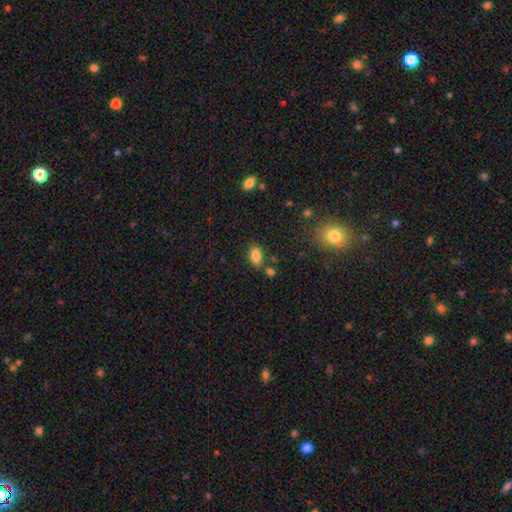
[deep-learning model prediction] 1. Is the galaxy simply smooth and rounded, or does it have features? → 84% smooth, 10% star or artifact, 6% featured or disk.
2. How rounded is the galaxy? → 90% in between, 7% round, 3% cigar-shaped.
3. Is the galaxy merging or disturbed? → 70% none, 15% minor disturbance, 12% merger, 4% major disturbance.